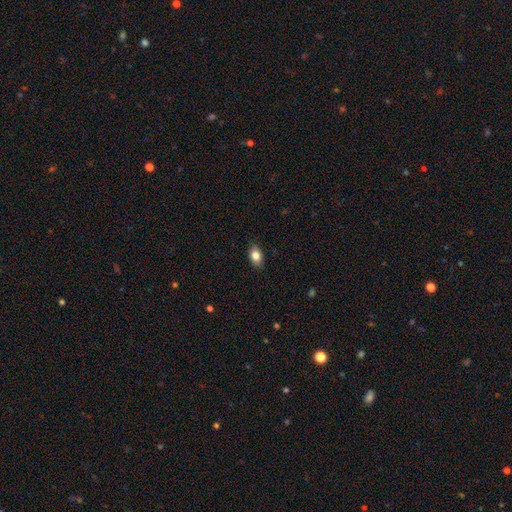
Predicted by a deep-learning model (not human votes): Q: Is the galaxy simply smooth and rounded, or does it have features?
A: smooth — 83%.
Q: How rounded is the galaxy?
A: in between — 83%.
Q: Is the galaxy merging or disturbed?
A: none — 84%.